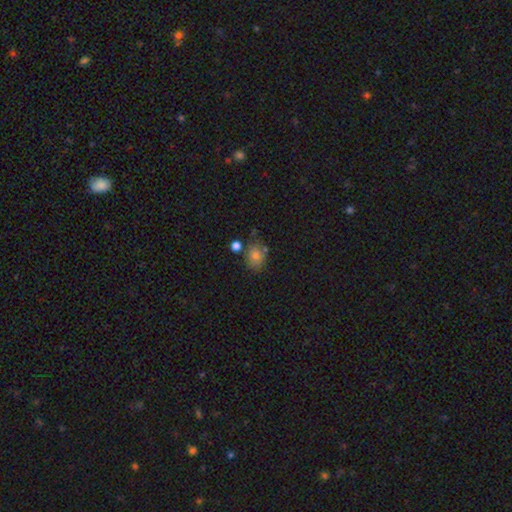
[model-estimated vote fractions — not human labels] Q: Smooth or featured?
A: smooth (75%); runner-up: star or artifact (14%)
Q: How rounded?
A: round (50%); runner-up: in between (49%)
Q: Merging?
A: none (69%); runner-up: minor disturbance (16%)